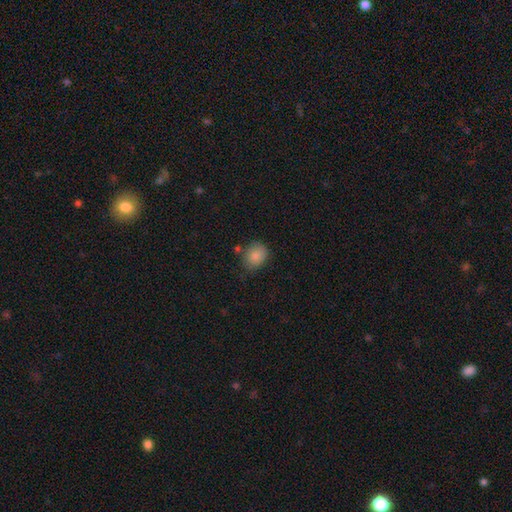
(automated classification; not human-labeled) Overall: smooth (86%). How rounded: round (55%; in between 44%). Merging: none (70%).